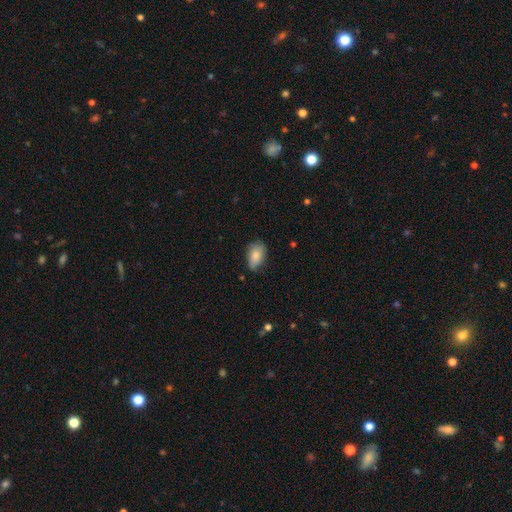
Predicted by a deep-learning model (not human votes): smooth-or-featured: smooth: 82% | featured or disk: 11% | star or artifact: 7%
  how-rounded: in between: 89% | round: 8% | cigar-shaped: 2%
  merging: none: 63% | minor disturbance: 30% | major disturbance: 5% | merger: 2%